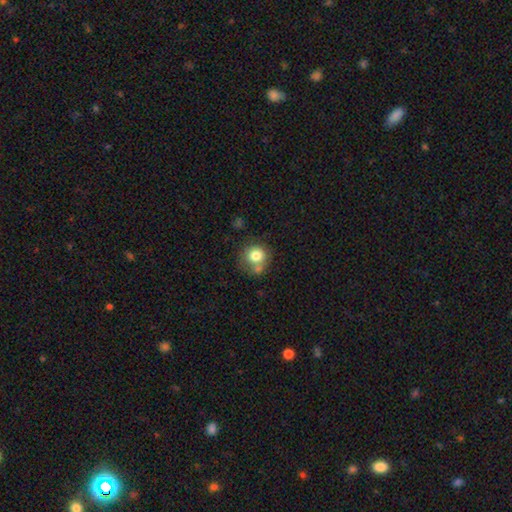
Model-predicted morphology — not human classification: Overall: smooth (78%). How rounded: round (85%). Merging: none (55%; merger 22%).